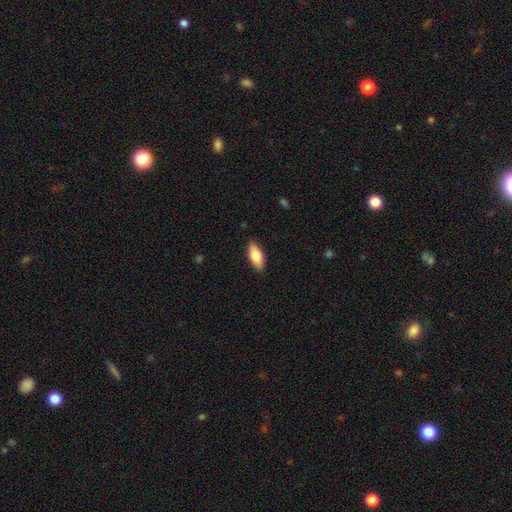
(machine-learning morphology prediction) Smooth or featured?
  - smooth: 78% *
  - featured or disk: 16%
  - star or artifact: 6%
How rounded?
  - in between: 82% *
  - cigar-shaped: 16%
  - round: 2%
Merging?
  - none: 87% *
  - minor disturbance: 10%
  - major disturbance: 2%
  - merger: 1%